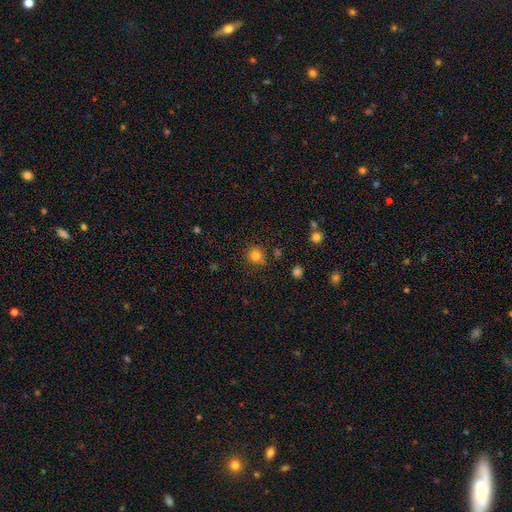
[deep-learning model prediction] Morphology: type=smooth (79%); roundness=round (91%); merging=none (79%).